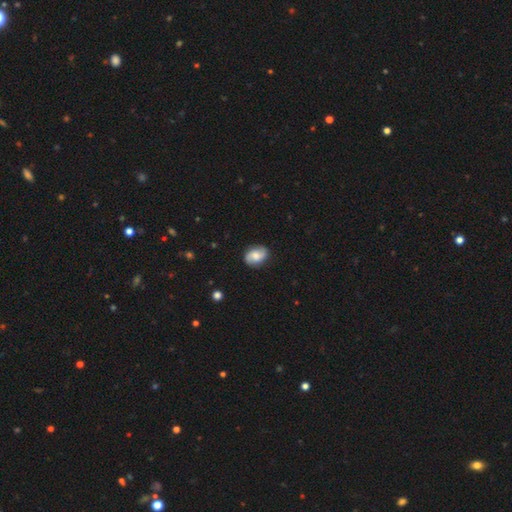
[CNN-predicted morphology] Smooth or featured? smooth (50%)
How rounded? in between (69%)
Merging? none (84%)